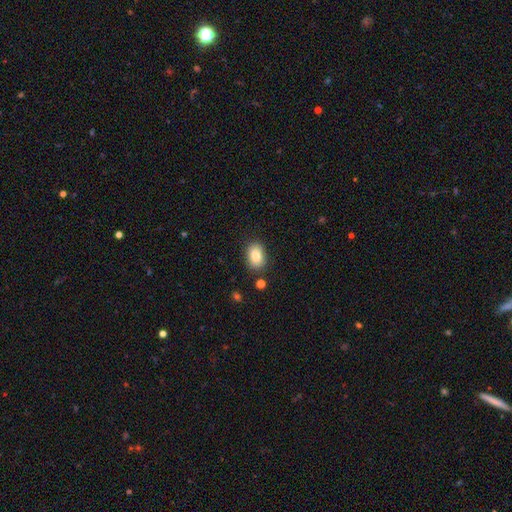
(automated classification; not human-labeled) Smooth or featured: smooth — 83% (featured or disk — 9%)
How rounded: in between — 78% (round — 21%)
Merging: none — 85% (minor disturbance — 10%)